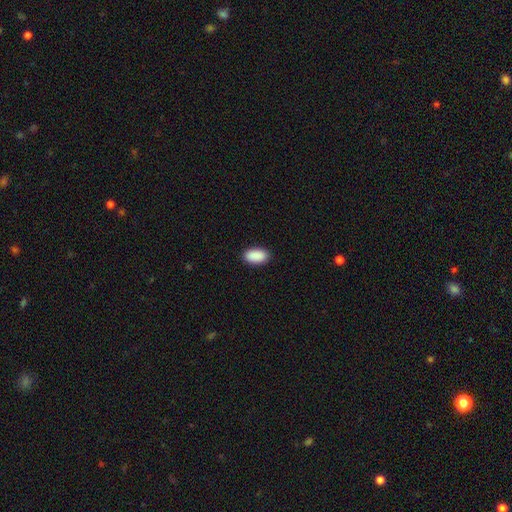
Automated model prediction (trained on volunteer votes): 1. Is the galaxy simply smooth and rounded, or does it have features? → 91% smooth, 6% star or artifact, 2% featured or disk.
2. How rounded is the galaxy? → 94% in between, 3% round, 3% cigar-shaped.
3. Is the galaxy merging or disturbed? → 89% none, 8% minor disturbance, 2% major disturbance, 1% merger.